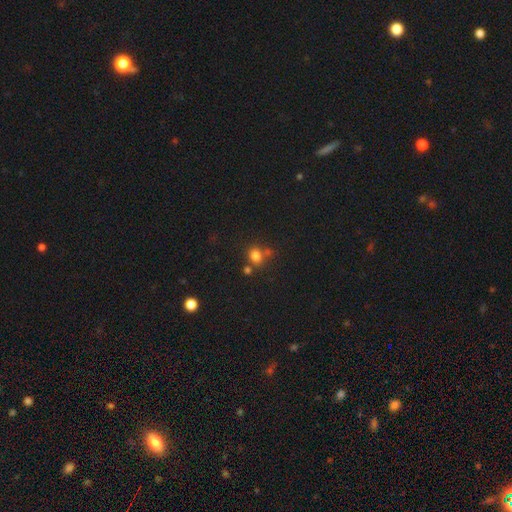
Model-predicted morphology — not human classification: The model was most divided on "merging": none: 62%, merger: 22%, minor disturbance: 12%, major disturbance: 4%. More confident: smooth or featured — smooth (77%); how rounded — round (76%).